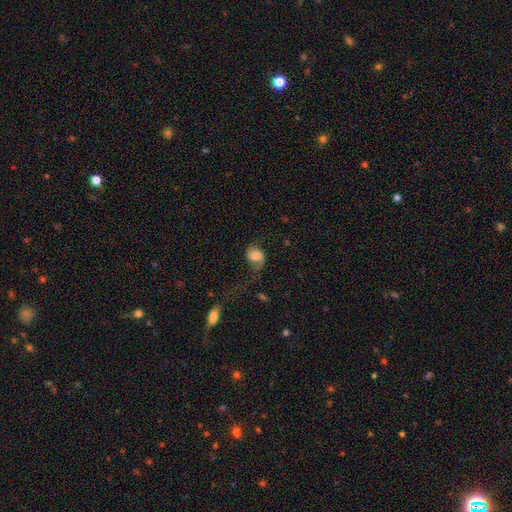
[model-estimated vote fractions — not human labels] A smooth galaxy with no disk features (46%).

Vote fractions:
- Smooth or featured? smooth: 46% / featured or disk: 45% / star or artifact: 9%
- Merging? none: 41% / major disturbance: 34% / minor disturbance: 21% / merger: 4%